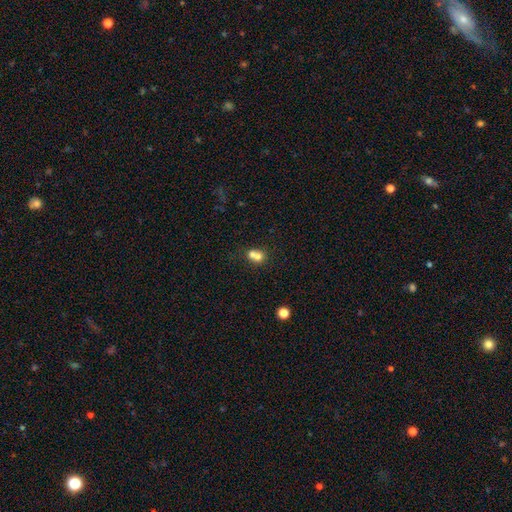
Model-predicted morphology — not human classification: The model was most divided on "merging": merger: 65%, none: 27%, minor disturbance: 5%, major disturbance: 3%. More confident: how rounded — round (74%); smooth or featured — smooth (70%).